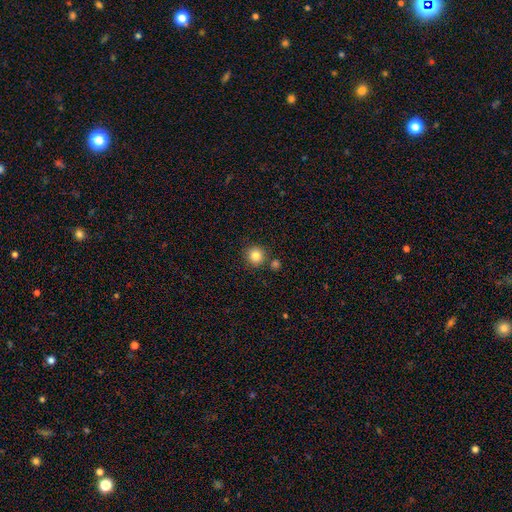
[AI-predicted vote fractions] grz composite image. It shows a smooth galaxy with no disk features (84%) that is round (93%). Merging: none (81%).